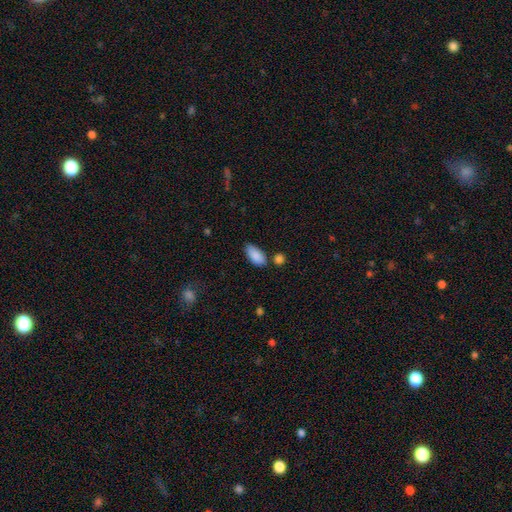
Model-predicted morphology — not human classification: This appears to be a smooth galaxy with no disk features (88%) that is in between round and cigar-shaped (90%). Merging: none (67%).